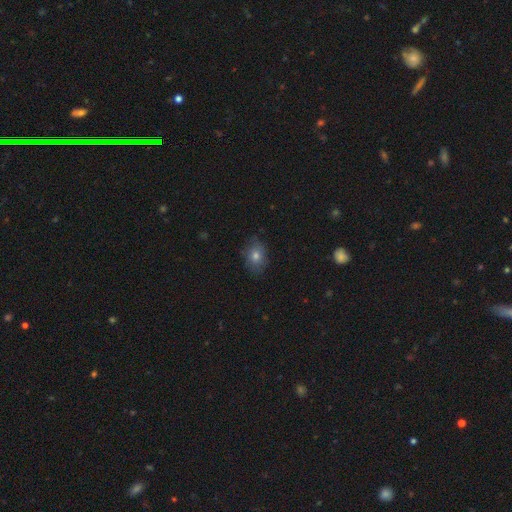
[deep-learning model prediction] The model was most divided on "how rounded": in between: 64%, round: 34%, cigar-shaped: 1%. More confident: merging — none (79%); smooth or featured — smooth (73%).